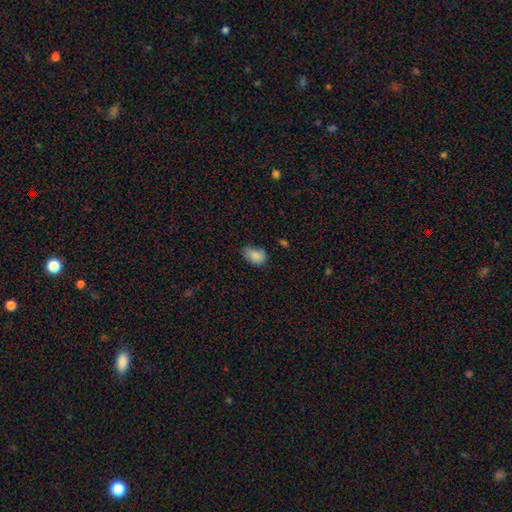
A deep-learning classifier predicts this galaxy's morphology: smooth 85%, star or artifact 9%, featured or disk 6%. Down the decision tree: how rounded — in between (83%); merging — none (61%).